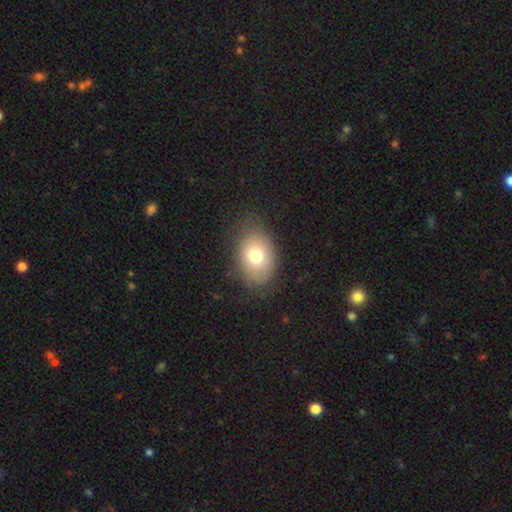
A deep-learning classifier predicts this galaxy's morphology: type=smooth (74%); roundness=in between (72%); merging=none (77%).